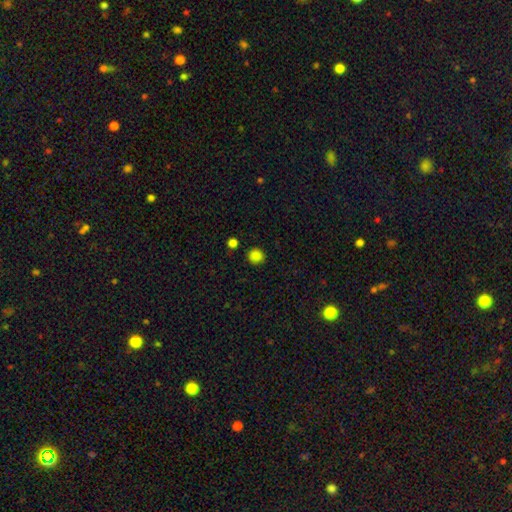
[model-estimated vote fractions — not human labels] Smooth or featured? smooth (85%)
How rounded? round (92%)
Merging? none (88%)